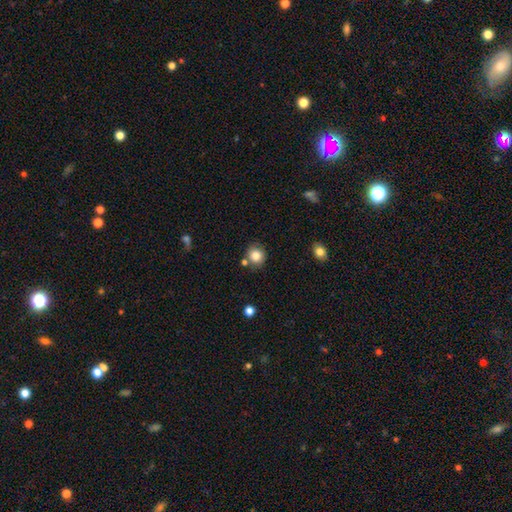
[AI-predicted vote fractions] Q: Smooth or featured?
A: smooth (83%); runner-up: star or artifact (10%)
Q: How rounded?
A: round (87%); runner-up: in between (12%)
Q: Merging?
A: none (77%); runner-up: minor disturbance (11%)